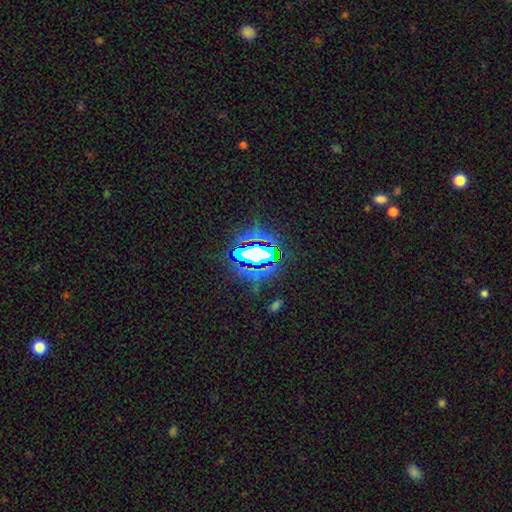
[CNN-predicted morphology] Smooth or featured? Predicted: star or artifact (p=0.61).